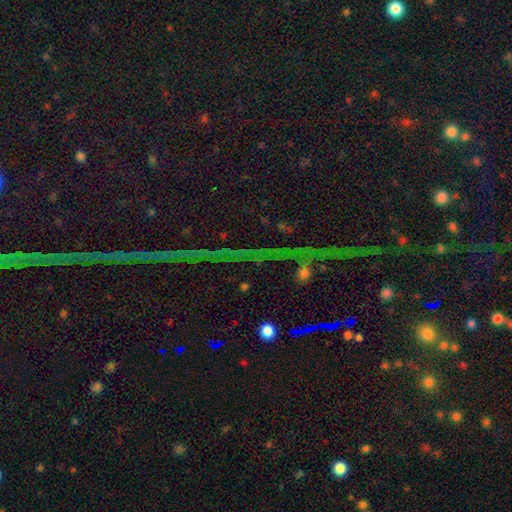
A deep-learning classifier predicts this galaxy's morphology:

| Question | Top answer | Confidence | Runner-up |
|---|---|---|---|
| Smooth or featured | star or artifact | 85% | featured or disk (8%) |